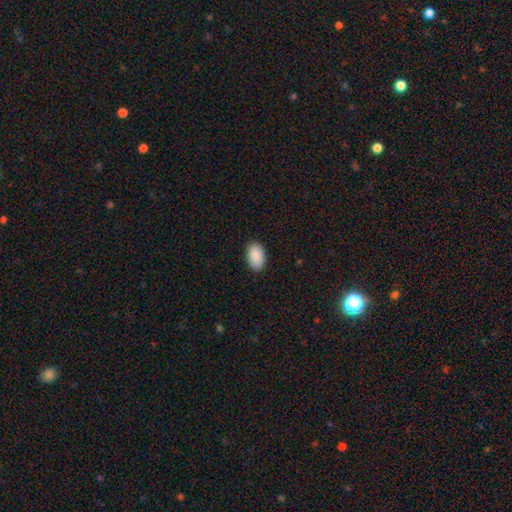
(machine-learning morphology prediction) smooth 90%, star or artifact 6%, featured or disk 3%. Down the decision tree: how rounded — in between (94%); merging — none (89%).